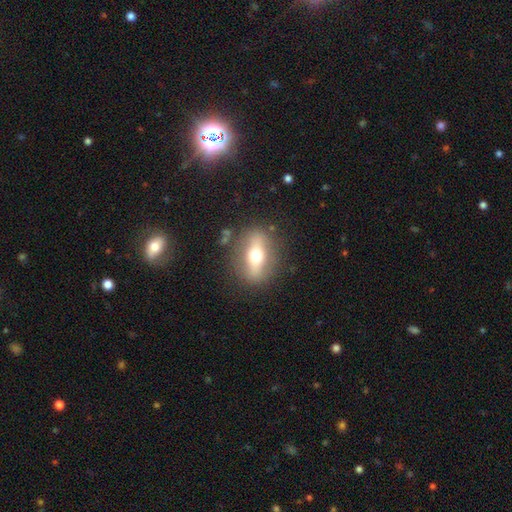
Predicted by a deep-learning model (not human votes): The model was most divided on "smooth or featured": featured or disk: 50%, smooth: 42%, star or artifact: 8%. More confident: merging — none (83%); edge-on disk — yes (57%).